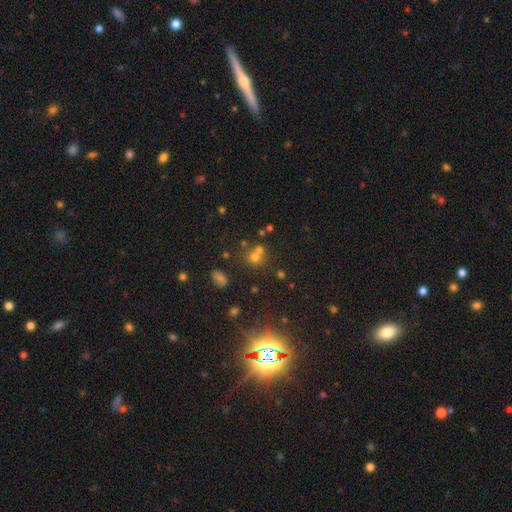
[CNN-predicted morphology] Overall: smooth (60%; star or artifact 27%). How rounded: round (84%). Merging: none (50%; merger 37%).